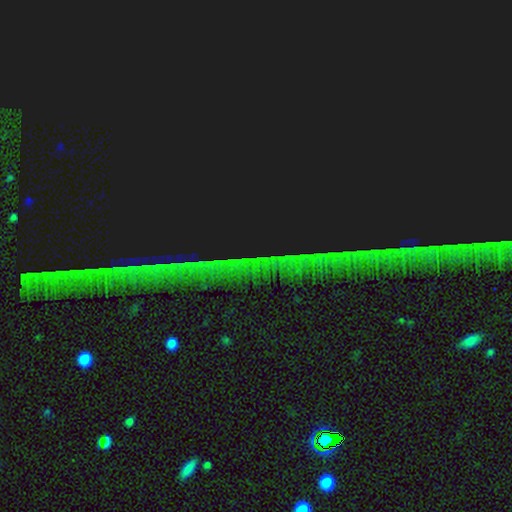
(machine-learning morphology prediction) A star or artifact, not a galaxy (86%).